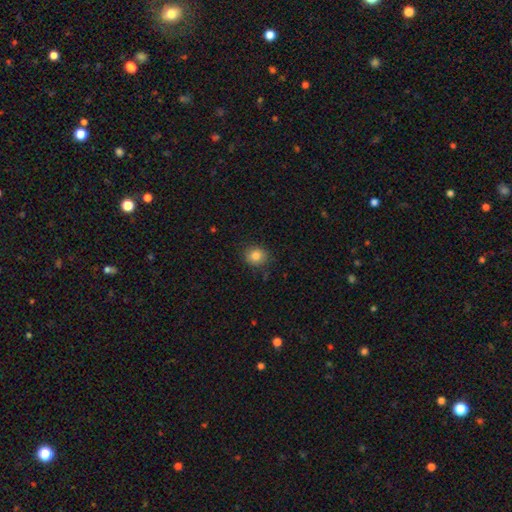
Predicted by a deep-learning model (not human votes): smooth_or_featured: smooth (p=0.84) [alt: star or artifact p=0.10]
how_rounded: round (p=0.78) [alt: in between p=0.21]
merging: none (p=0.84) [alt: minor disturbance p=0.12]